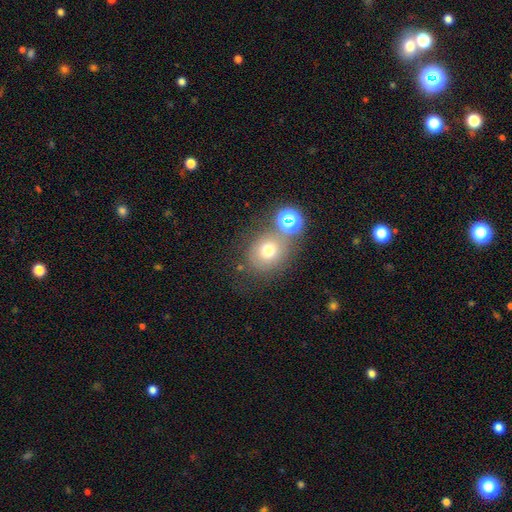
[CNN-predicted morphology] smooth-or-featured: smooth: 57% | star or artifact: 28% | featured or disk: 15%
  how-rounded: round: 76% | in between: 23% | cigar-shaped: 1%
  merging: none: 64% | merger: 20% | minor disturbance: 11% | major disturbance: 5%